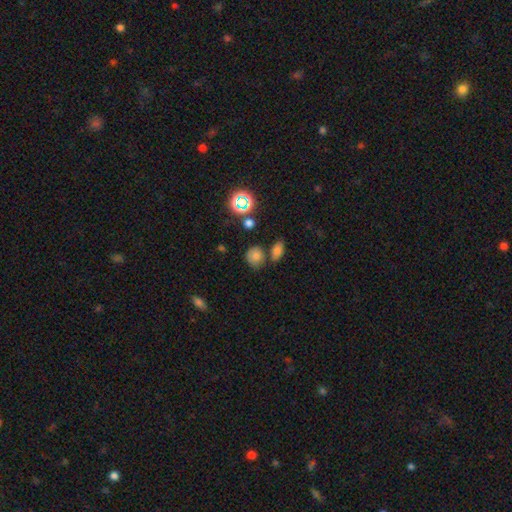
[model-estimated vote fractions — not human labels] Q: Smooth or featured?
A: smooth (71%); runner-up: star or artifact (19%)
Q: How rounded?
A: round (71%); runner-up: in between (28%)
Q: Merging?
A: none (66%); runner-up: merger (15%)